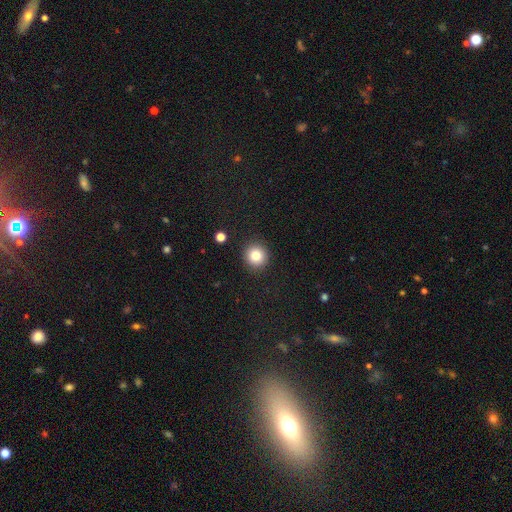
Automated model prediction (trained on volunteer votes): The model was most divided on "smooth or featured": smooth: 82%, star or artifact: 11%, featured or disk: 7%. More confident: how rounded — round (93%); merging — none (91%).